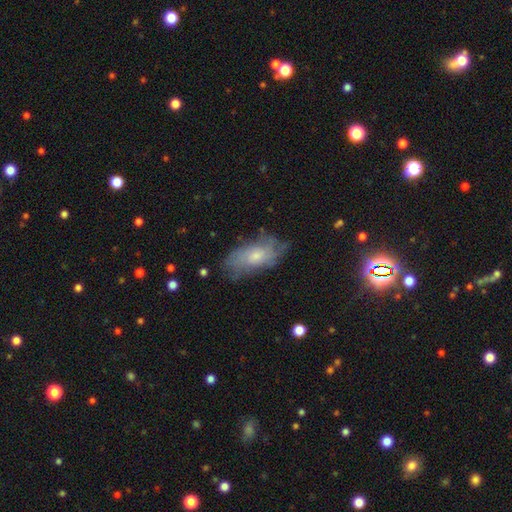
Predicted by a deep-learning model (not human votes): The model was most divided on "smooth or featured": featured or disk: 46%, smooth: 45%, star or artifact: 9%. More confident: merging — none (63%).